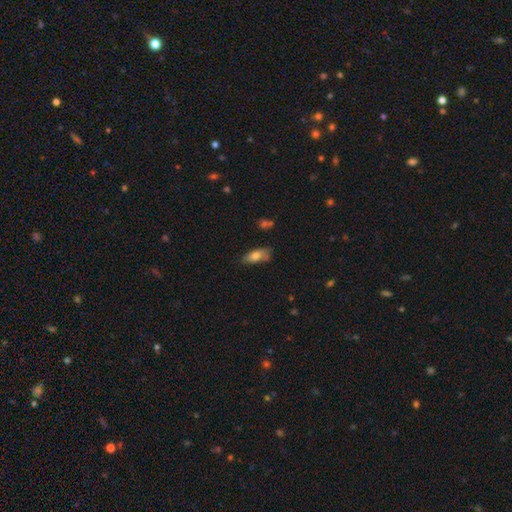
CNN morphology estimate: This is likely a smooth galaxy (77%). How rounded: clearly in between (81%). Merging: likely none (60%).